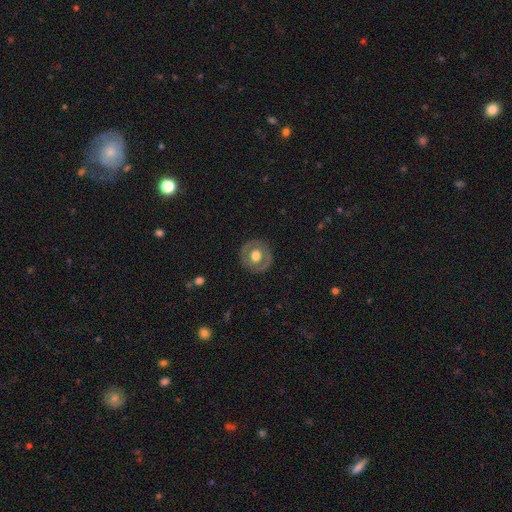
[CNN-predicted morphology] Smooth or featured?
  - smooth: 50% *
  - featured or disk: 44%
  - star or artifact: 7%
Merging?
  - none: 86% *
  - minor disturbance: 9%
  - major disturbance: 3%
  - merger: 1%